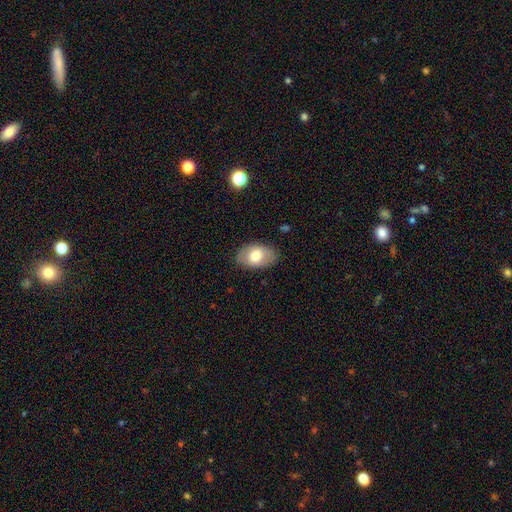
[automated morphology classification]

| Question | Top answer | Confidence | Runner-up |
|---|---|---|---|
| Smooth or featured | smooth | 70% | featured or disk (23%) |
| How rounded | in between | 90% | round (9%) |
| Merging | none | 82% | minor disturbance (13%) |